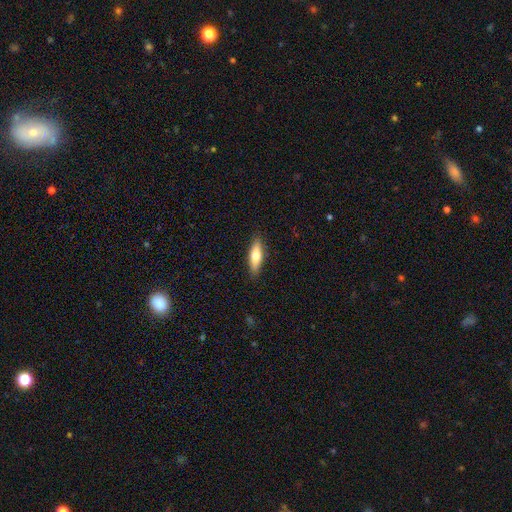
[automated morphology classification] Overall: smooth (66%; featured or disk 28%). How rounded: cigar-shaped (51%; in between 46%). Merging: none (88%).